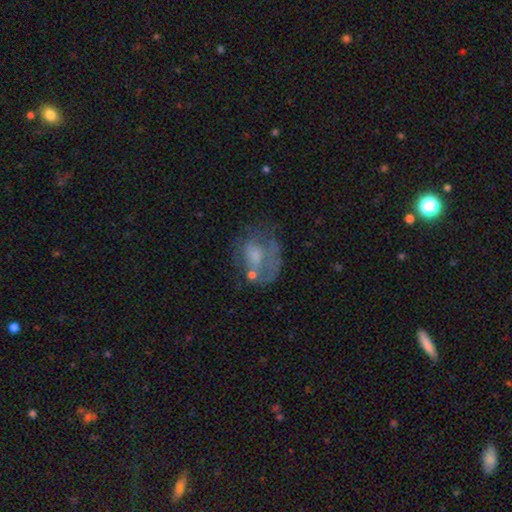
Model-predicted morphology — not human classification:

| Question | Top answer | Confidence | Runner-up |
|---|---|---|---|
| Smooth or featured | featured or disk | 51% | smooth (38%) |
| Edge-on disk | no | 97% | yes (3%) |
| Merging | none | 40% | major disturbance (29%) |